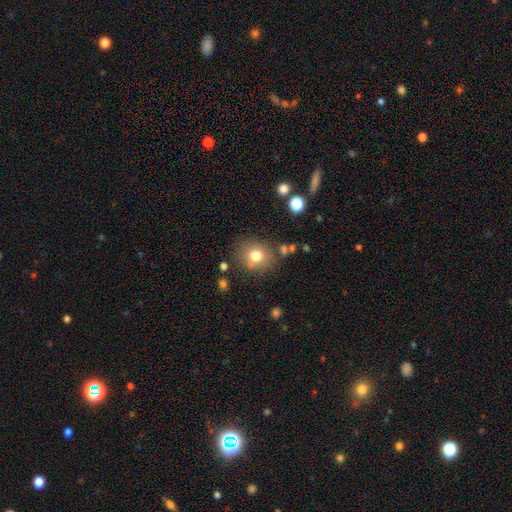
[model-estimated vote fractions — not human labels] The model was most divided on "how rounded": round: 81%, in between: 18%, cigar-shaped: 1%. More confident: merging — none (78%); smooth or featured — smooth (76%).